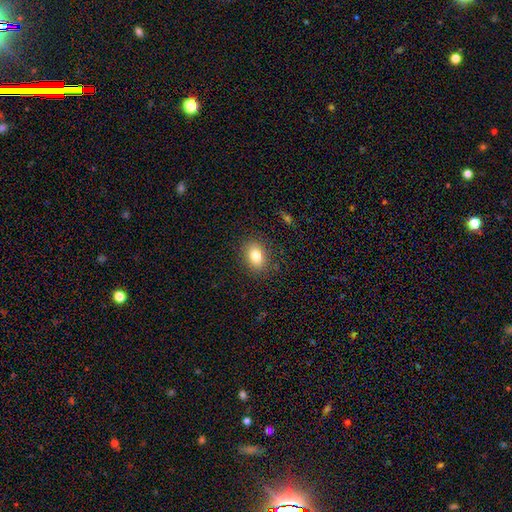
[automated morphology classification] Overall: smooth (83%). How rounded: in between (75%). Merging: none (86%).